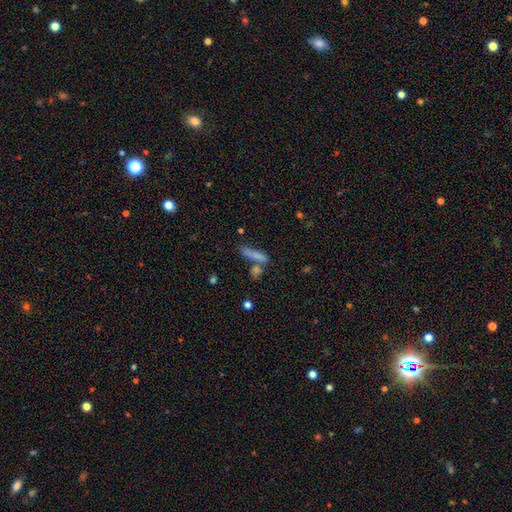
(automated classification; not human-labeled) This appears to be a smooth galaxy with no disk features (76%) that is cigar-shaped (79%). Merging: none (62%).